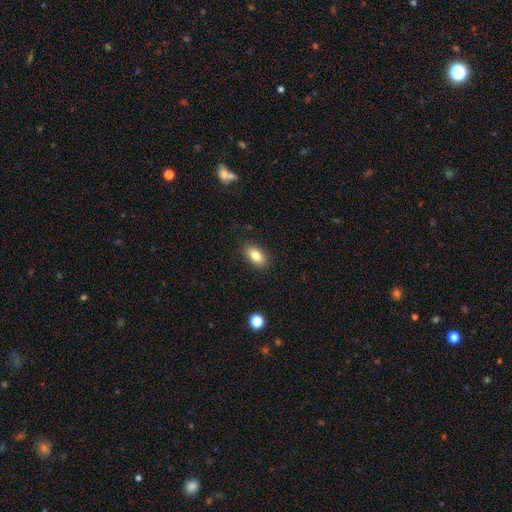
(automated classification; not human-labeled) Overall: smooth (82%). How rounded: in between (90%). Merging: none (87%).